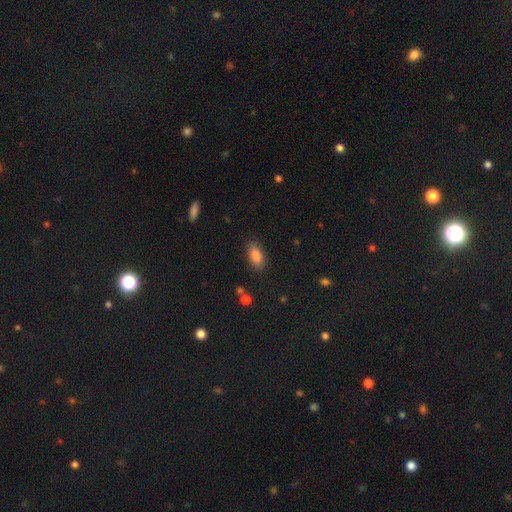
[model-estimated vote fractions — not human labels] Morphology: type=smooth (86%); roundness=in between (90%); merging=none (84%).